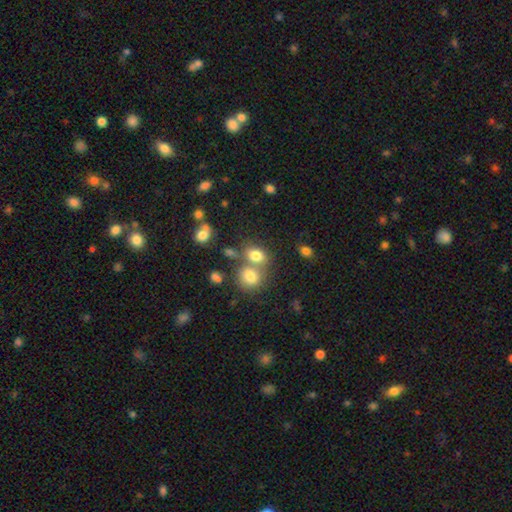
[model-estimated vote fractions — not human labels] Smooth or featured: smooth — 77% (star or artifact — 13%)
How rounded: in between — 51% (round — 47%)
Merging: none — 43% (merger — 42%)